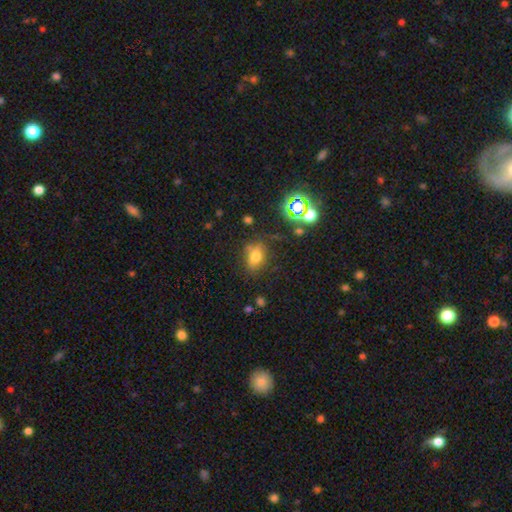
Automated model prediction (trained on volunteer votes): Smooth or featured?
  - smooth: 68% *
  - star or artifact: 18%
  - featured or disk: 13%
How rounded?
  - in between: 71% *
  - round: 26%
  - cigar-shaped: 3%
Merging?
  - none: 69% *
  - minor disturbance: 20%
  - major disturbance: 7%
  - merger: 4%